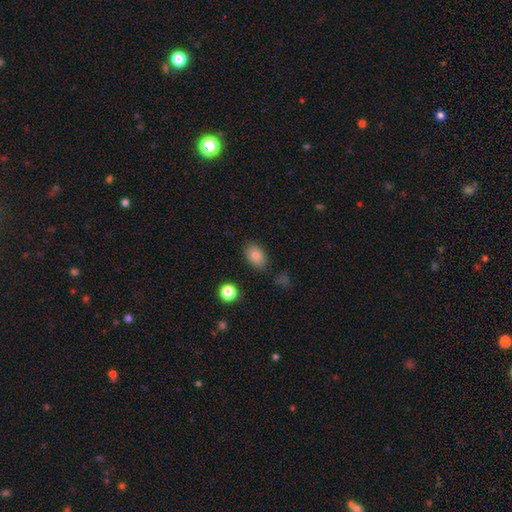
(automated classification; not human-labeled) This is clearly a smooth galaxy (84%). How rounded: clearly in between (84%). Merging: clearly none (81%).